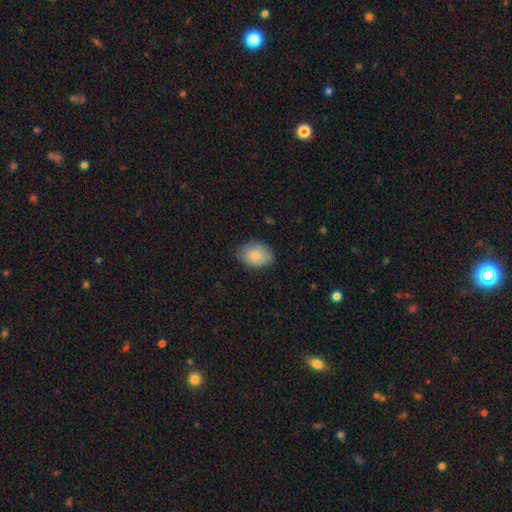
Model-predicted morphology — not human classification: Smooth or featured? Predicted: smooth (p=0.81). How rounded? Predicted: in between (p=0.74). Merging? Predicted: none (p=0.66).